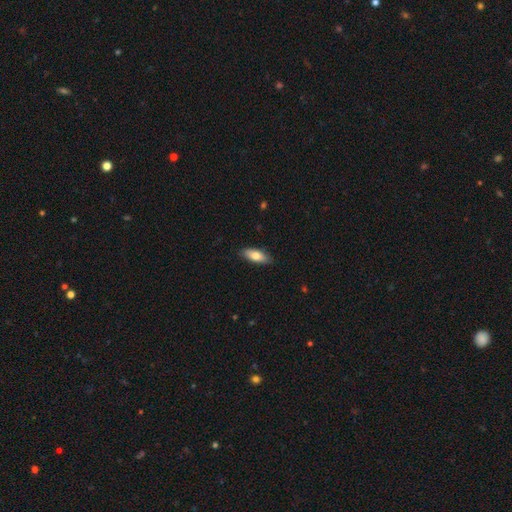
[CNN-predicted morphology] Smooth or featured: smooth — 75% (featured or disk — 19%)
How rounded: in between — 74% (cigar-shaped — 24%)
Merging: none — 87% (minor disturbance — 10%)